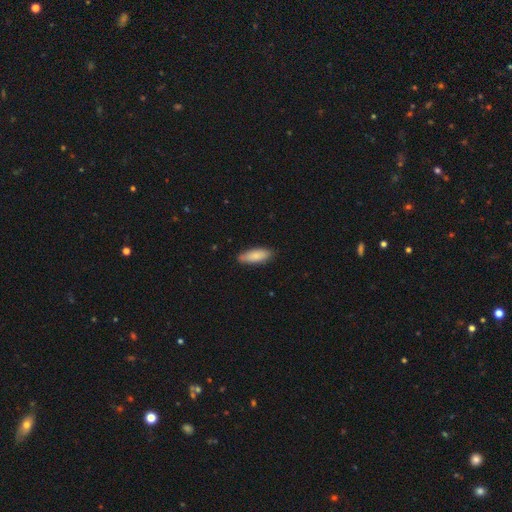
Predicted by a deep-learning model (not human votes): This appears to be a smooth galaxy with no disk features (86%) that is in between round and cigar-shaped (66%). Merging: none (86%).